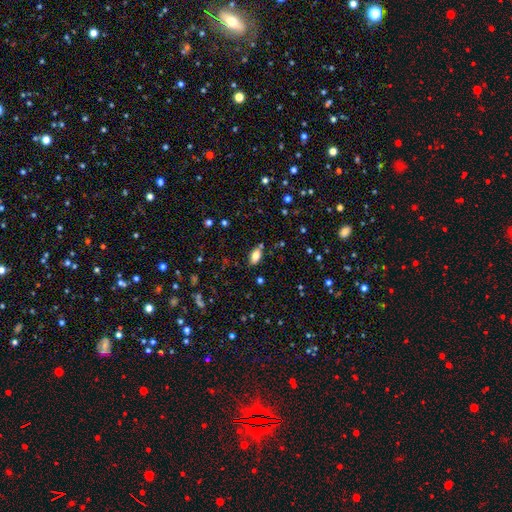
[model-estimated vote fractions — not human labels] Smooth or featured: smooth — 78% (featured or disk — 13%)
How rounded: in between — 91% (round — 5%)
Merging: none — 82% (minor disturbance — 13%)